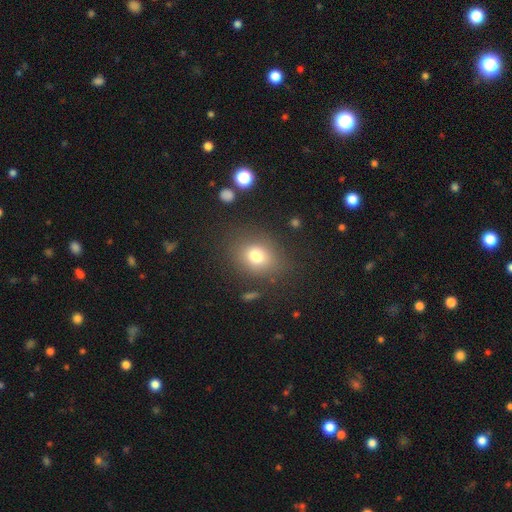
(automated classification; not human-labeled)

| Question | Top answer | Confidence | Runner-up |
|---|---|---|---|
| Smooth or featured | smooth | 76% | star or artifact (13%) |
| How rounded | round | 55% | in between (44%) |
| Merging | none | 79% | minor disturbance (12%) |